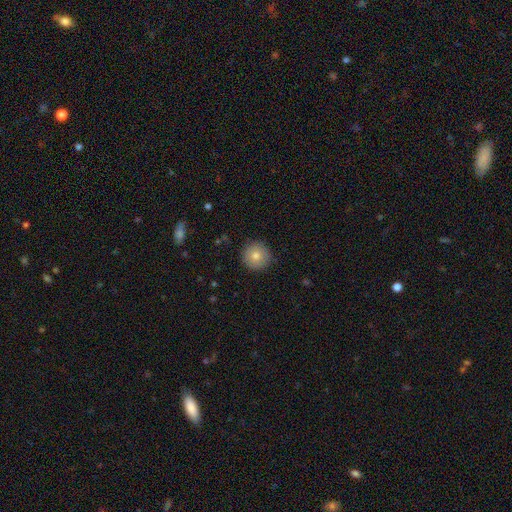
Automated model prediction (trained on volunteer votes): The model was most divided on "smooth or featured": smooth: 78%, featured or disk: 12%, star or artifact: 10%. More confident: how rounded — round (96%); merging — none (91%).